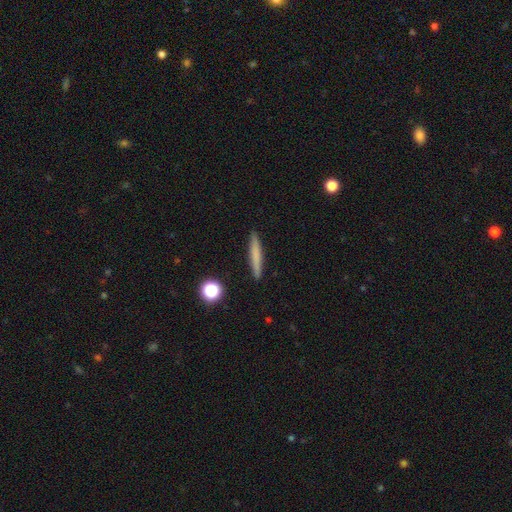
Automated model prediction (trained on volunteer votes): A smooth galaxy with no disk features (69%) that is cigar-shaped (94%).

Vote fractions:
- Smooth or featured? smooth: 69% / featured or disk: 23% / star or artifact: 7%
- How rounded? cigar-shaped: 94% / in between: 4% / round: 2%
- Merging? none: 90% / minor disturbance: 7% / major disturbance: 2% / merger: 2%